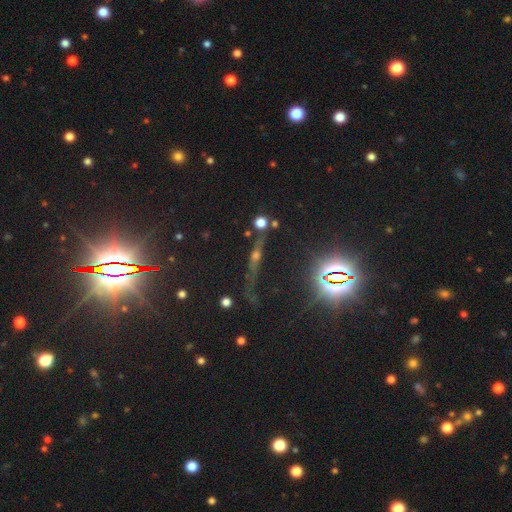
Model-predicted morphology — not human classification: smooth-or-featured: featured or disk: 39% | star or artifact: 37% | smooth: 25%
  merging: none: 60% | minor disturbance: 17% | major disturbance: 13% | merger: 10%